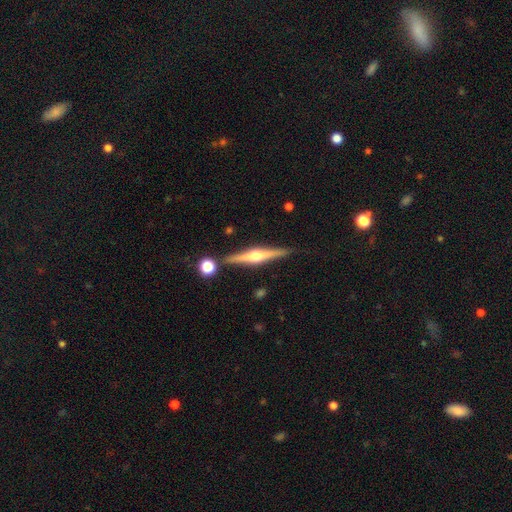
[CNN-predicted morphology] The model was most divided on "smooth or featured": featured or disk: 77%, smooth: 17%, star or artifact: 5%. More confident: edge-on disk — yes (98%); edge-on bulge — rounded (93%); merging — none (86%).